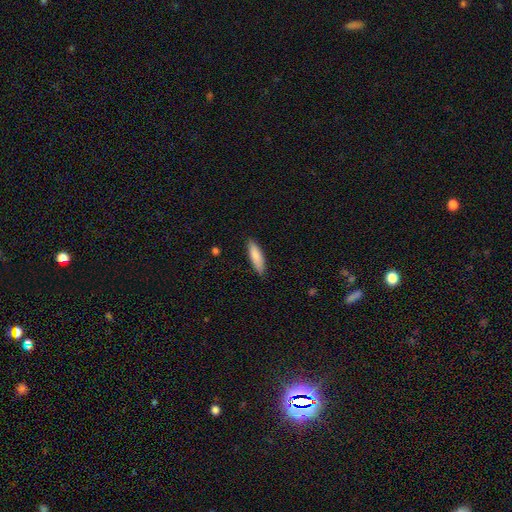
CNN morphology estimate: Smooth or featured? smooth (86%)
How rounded? cigar-shaped (61%)
Merging? none (86%)